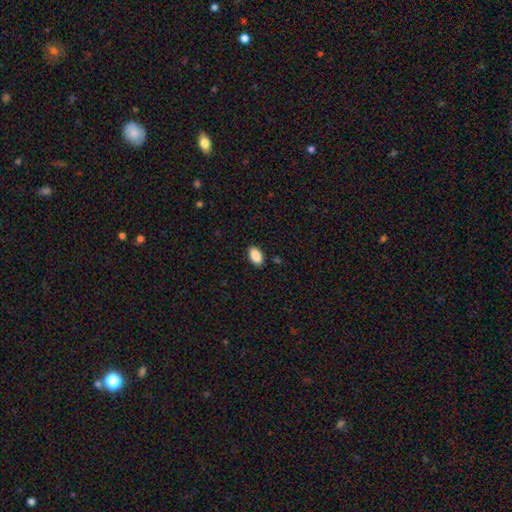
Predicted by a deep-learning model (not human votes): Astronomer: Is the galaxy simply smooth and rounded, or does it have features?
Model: smooth — 89%.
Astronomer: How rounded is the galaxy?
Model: in between — 94%.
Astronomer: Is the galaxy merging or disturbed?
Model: none — 88%.